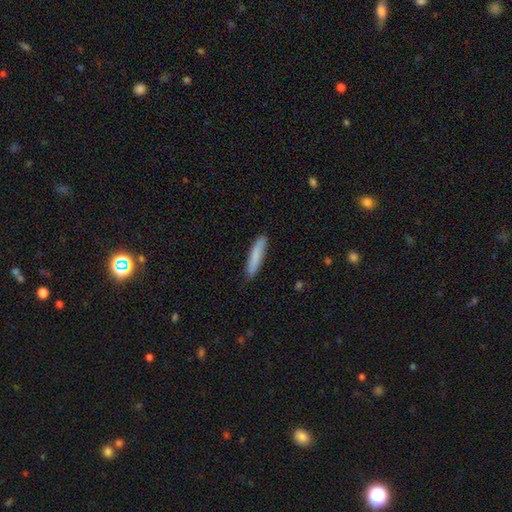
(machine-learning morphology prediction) Smooth or featured? smooth (81%)
How rounded? cigar-shaped (88%)
Merging? none (85%)